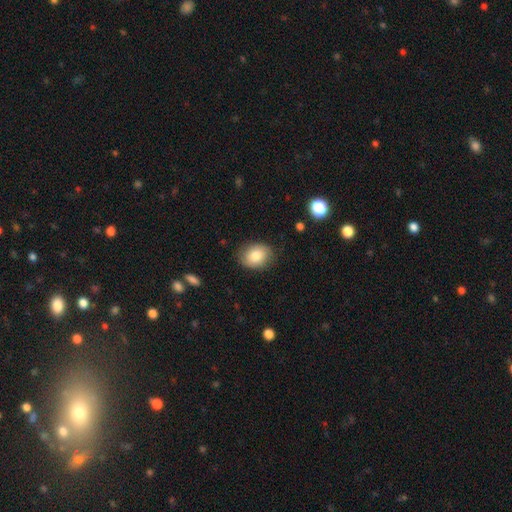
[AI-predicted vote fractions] Smooth or featured: smooth — 80% (featured or disk — 12%)
How rounded: in between — 59% (round — 41%)
Merging: none — 81% (minor disturbance — 15%)